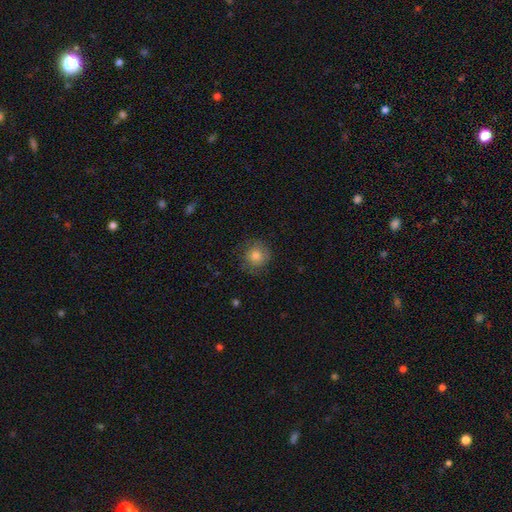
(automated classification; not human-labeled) Q: Smooth or featured?
A: smooth (73%); runner-up: featured or disk (18%)
Q: How rounded?
A: round (91%); runner-up: in between (8%)
Q: Merging?
A: none (78%); runner-up: minor disturbance (15%)